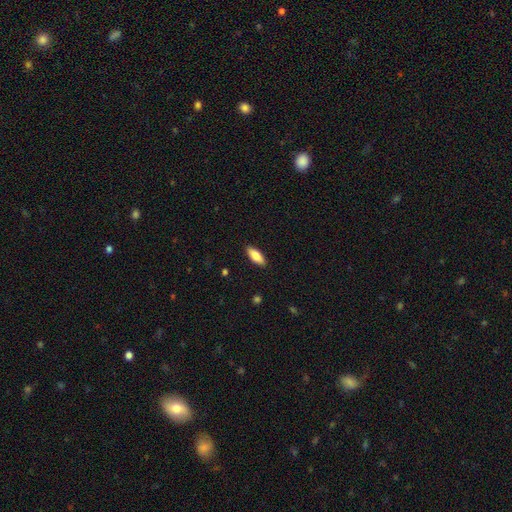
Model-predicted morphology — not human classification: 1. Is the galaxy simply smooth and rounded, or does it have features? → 81% smooth, 13% featured or disk, 6% star or artifact.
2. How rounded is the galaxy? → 77% in between, 21% cigar-shaped, 2% round.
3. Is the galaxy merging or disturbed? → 89% none, 8% minor disturbance, 2% major disturbance, 1% merger.